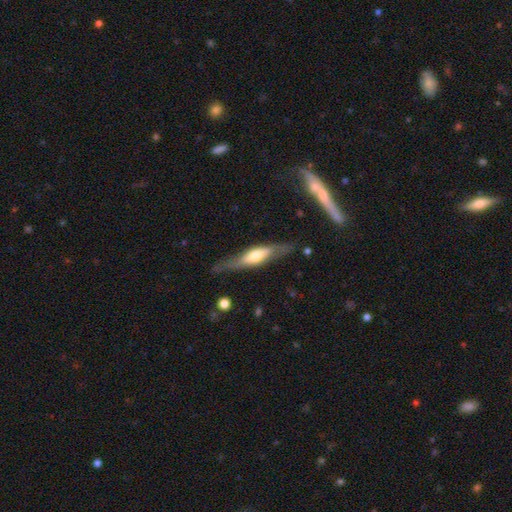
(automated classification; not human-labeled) This appears to be a featured or disk galaxy (63%) viewed edge-on (83%) with a rounded central bulge (81%). Merging: none (74%).